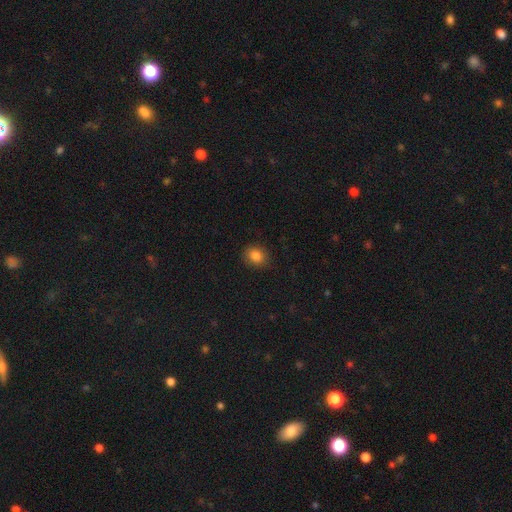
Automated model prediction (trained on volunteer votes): Smooth or featured? Predicted: smooth (p=0.84). How rounded? Predicted: round (p=0.51). Merging? Predicted: none (p=0.86).